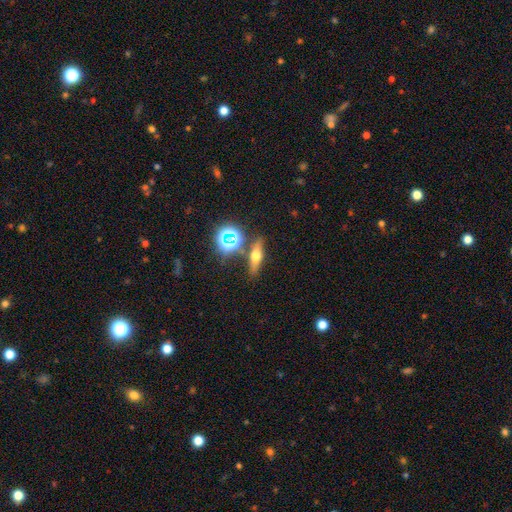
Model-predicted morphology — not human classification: Smooth or featured: featured or disk — 44% (smooth — 37%)
Merging: none — 80% (minor disturbance — 10%)